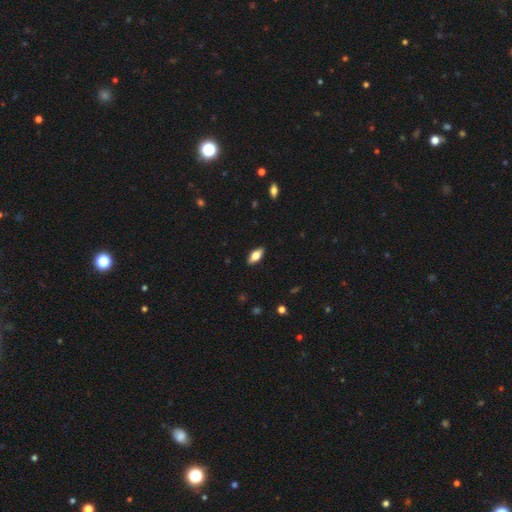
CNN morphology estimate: This appears to be a smooth galaxy with no disk features (70%) that is in between round and cigar-shaped (83%). Merging: none (89%).